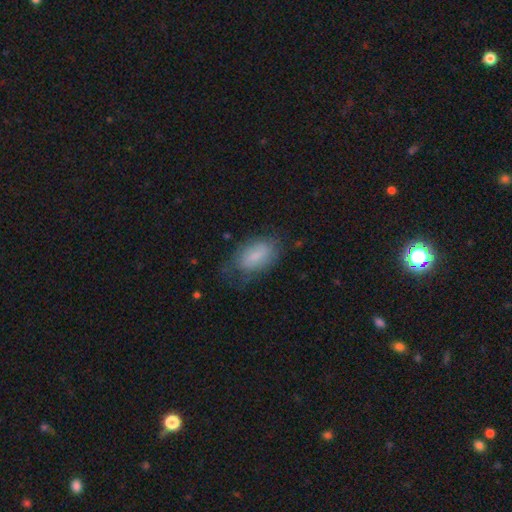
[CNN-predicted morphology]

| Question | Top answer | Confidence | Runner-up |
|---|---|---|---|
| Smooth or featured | smooth | 69% | featured or disk (24%) |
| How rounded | in between | 92% | round (5%) |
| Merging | none | 57% | minor disturbance (28%) |